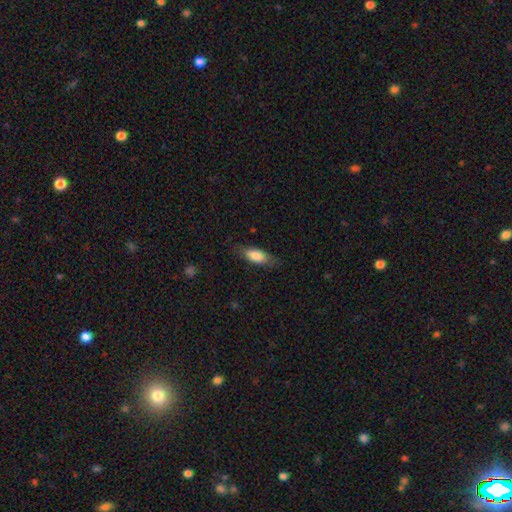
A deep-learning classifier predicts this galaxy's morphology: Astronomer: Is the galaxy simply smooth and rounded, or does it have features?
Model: smooth — 81%.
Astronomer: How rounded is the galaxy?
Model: in between — 77%.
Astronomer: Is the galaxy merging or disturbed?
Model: none — 76%.